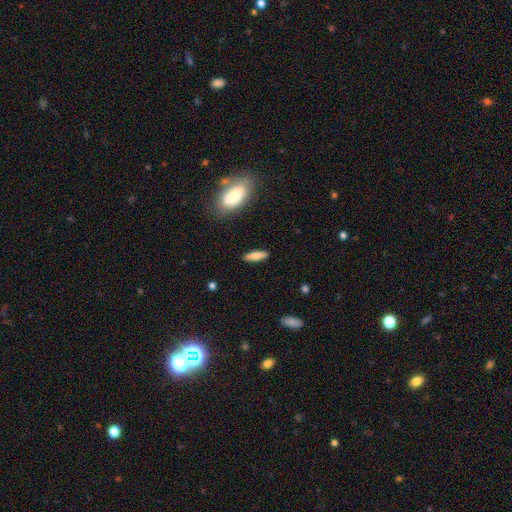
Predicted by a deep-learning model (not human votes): Smooth or featured? smooth (71%)
How rounded? cigar-shaped (59%)
Merging? none (87%)